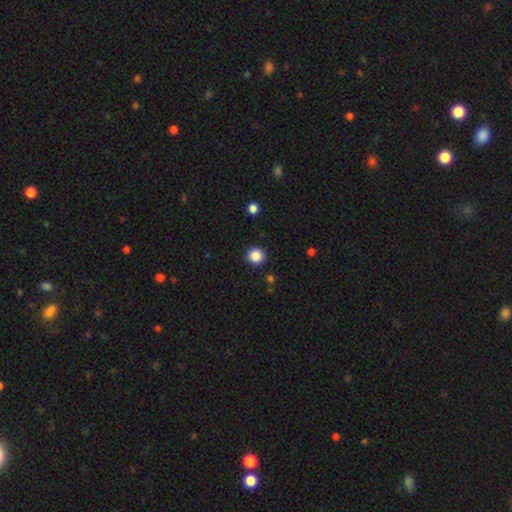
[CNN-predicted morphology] A smooth galaxy with no disk features (86%) that is round (95%).

Vote fractions:
- Smooth or featured? smooth: 86% / star or artifact: 11% / featured or disk: 3%
- How rounded? round: 95% / in between: 4% / cigar-shaped: 1%
- Merging? none: 92% / minor disturbance: 5% / major disturbance: 2% / merger: 1%